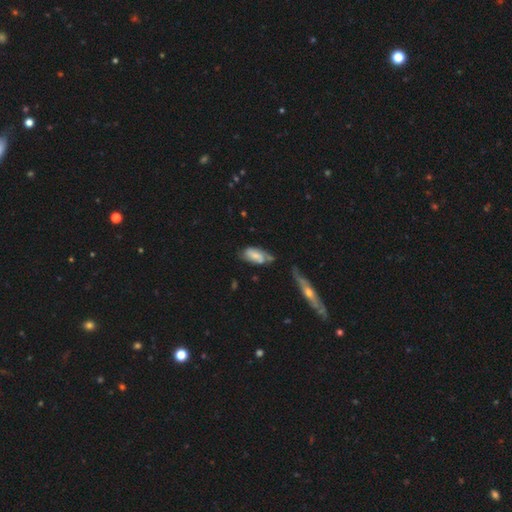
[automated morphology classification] Smooth or featured? Predicted: smooth (p=0.48). Merging? Predicted: none (p=0.46).